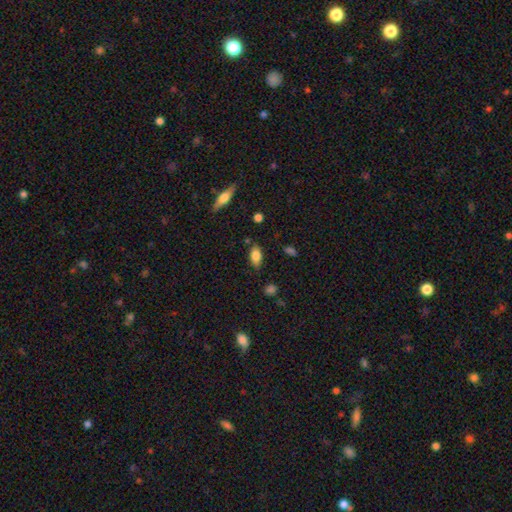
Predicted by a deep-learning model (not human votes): Smooth or featured: smooth — 81% (featured or disk — 11%)
How rounded: in between — 88% (cigar-shaped — 8%)
Merging: none — 79% (minor disturbance — 16%)